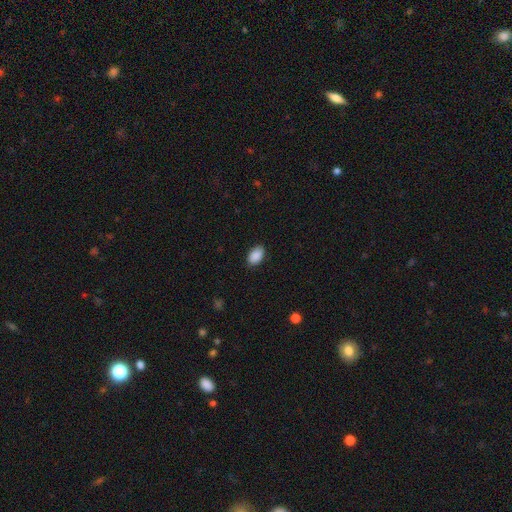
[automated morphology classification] type=smooth (90%); roundness=in between (92%); merging=none (87%).